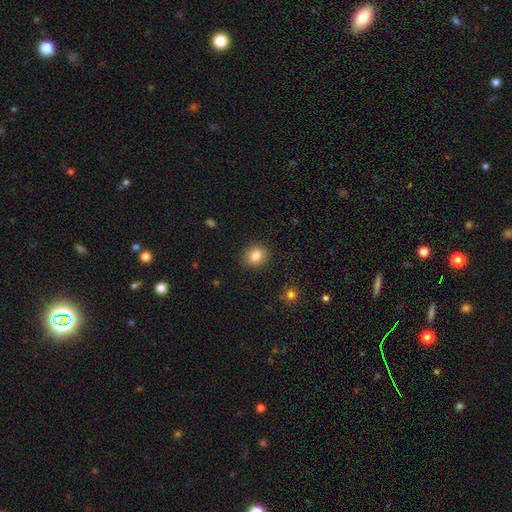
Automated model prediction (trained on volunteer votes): Q: Smooth or featured?
A: smooth (84%); runner-up: star or artifact (9%)
Q: How rounded?
A: round (60%); runner-up: in between (39%)
Q: Merging?
A: none (88%); runner-up: minor disturbance (8%)